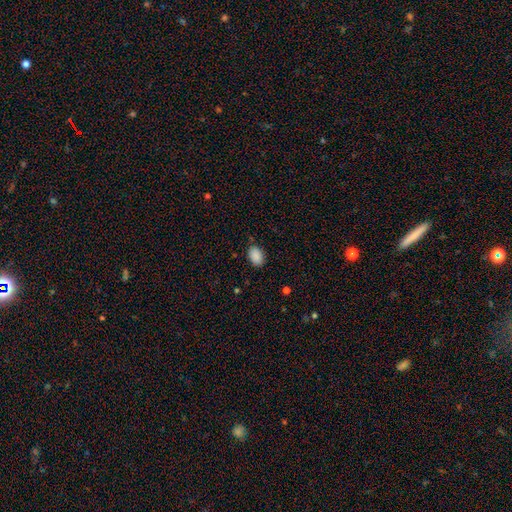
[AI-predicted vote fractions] A smooth galaxy with no disk features (89%) that is in between round and cigar-shaped (85%). Merging: none (84%).